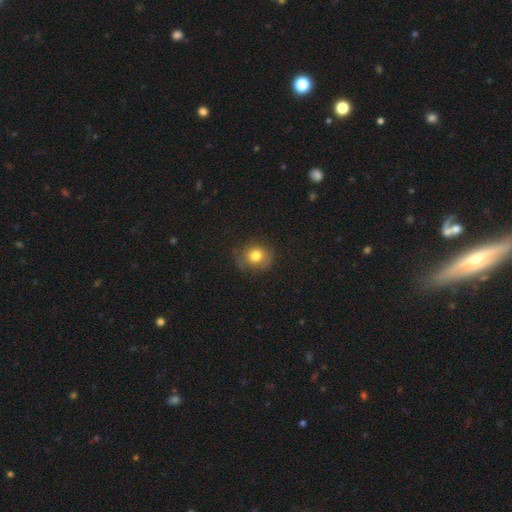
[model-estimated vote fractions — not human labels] smooth_or_featured: smooth (p=0.77) [alt: featured or disk p=0.12]
how_rounded: round (p=0.80) [alt: in between p=0.19]
merging: none (p=0.74) [alt: minor disturbance p=0.19]